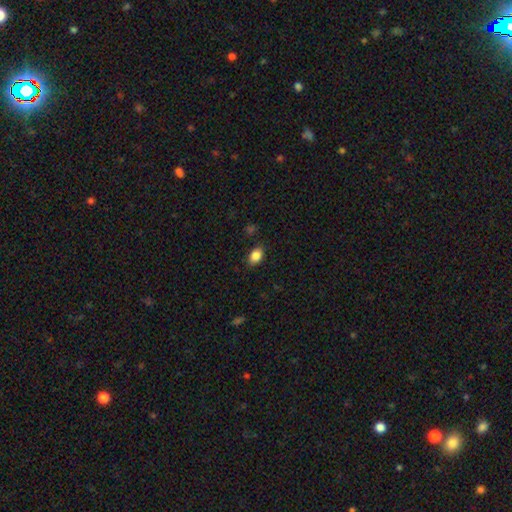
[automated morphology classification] Q: Smooth or featured?
A: smooth (86%); runner-up: star or artifact (9%)
Q: How rounded?
A: in between (82%); runner-up: round (17%)
Q: Merging?
A: none (85%); runner-up: minor disturbance (11%)